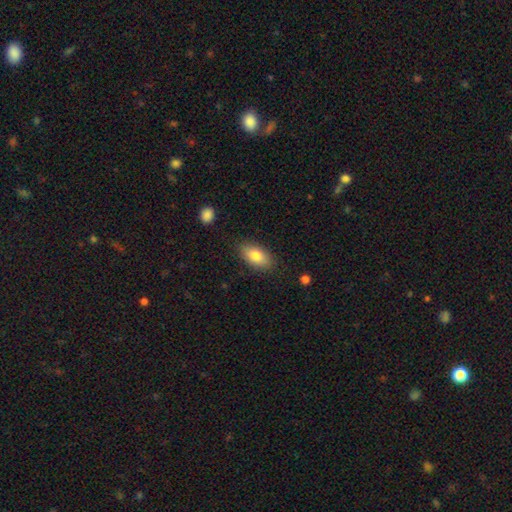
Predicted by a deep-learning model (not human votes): Smooth or featured? smooth (82%)
How rounded? in between (91%)
Merging? none (85%)